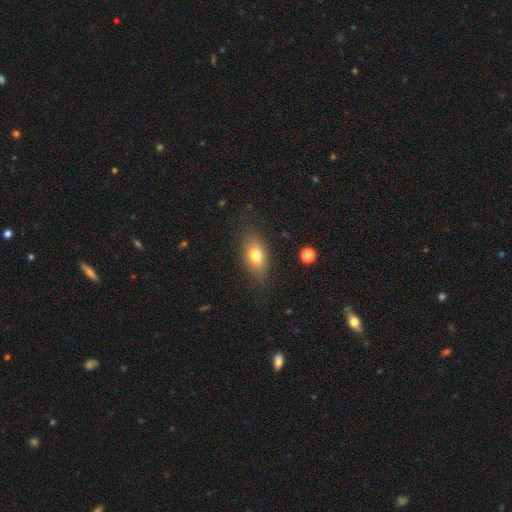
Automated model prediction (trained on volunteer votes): smooth-or-featured: smooth: 72% | featured or disk: 19% | star or artifact: 9%
  how-rounded: in between: 81% | round: 10% | cigar-shaped: 9%
  merging: none: 79% | minor disturbance: 15% | major disturbance: 5% | merger: 1%